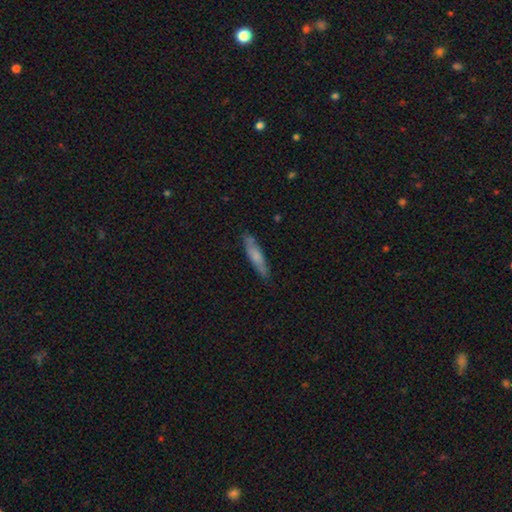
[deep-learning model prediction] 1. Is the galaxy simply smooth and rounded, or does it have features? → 65% smooth, 29% featured or disk, 6% star or artifact.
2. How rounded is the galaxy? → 87% cigar-shaped, 12% in between, 2% round.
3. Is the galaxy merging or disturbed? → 83% none, 13% minor disturbance, 2% major disturbance, 1% merger.